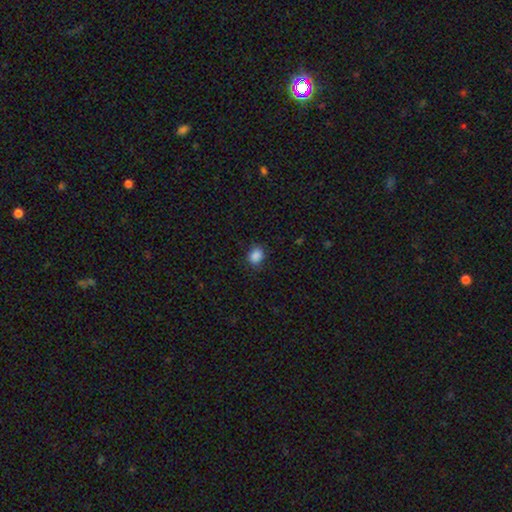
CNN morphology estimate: Overall: smooth (87%). How rounded: round (54%; in between 45%). Merging: none (80%).